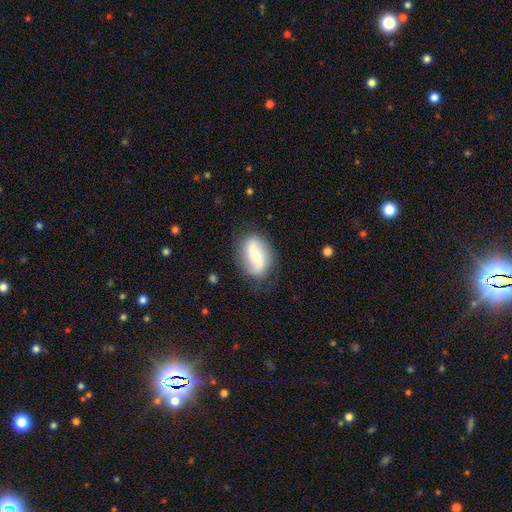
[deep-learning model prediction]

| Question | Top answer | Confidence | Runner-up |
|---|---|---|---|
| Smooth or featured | featured or disk | 55% | smooth (38%) |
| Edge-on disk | no | 93% | yes (7%) |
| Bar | strong | 41% | weak (34%) |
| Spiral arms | yes | 84% | no (16%) |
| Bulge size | small | 39% | moderate (31%) |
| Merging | none | 72% | minor disturbance (19%) |